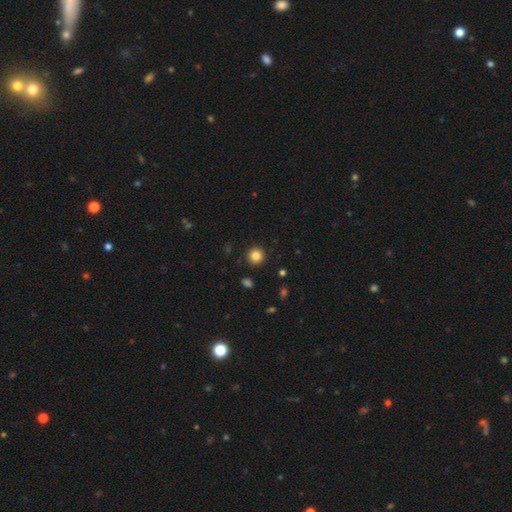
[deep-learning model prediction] smooth-or-featured: smooth: 85% | star or artifact: 11% | featured or disk: 4%
  how-rounded: round: 94% | in between: 5% | cigar-shaped: 1%
  merging: none: 92% | minor disturbance: 5% | major disturbance: 2% | merger: 1%